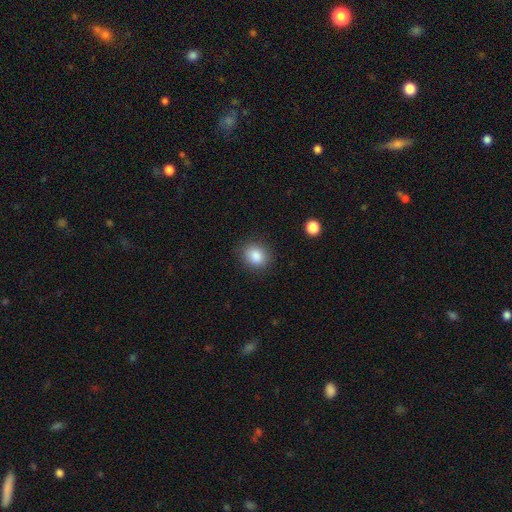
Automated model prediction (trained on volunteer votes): This appears to be a smooth galaxy with no disk features (86%) that is round (61%). Merging: none (86%).